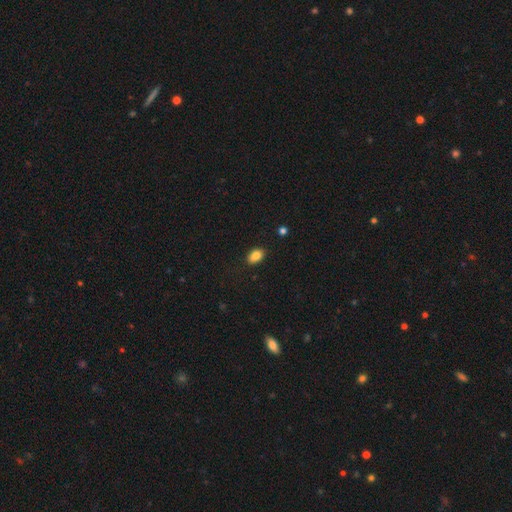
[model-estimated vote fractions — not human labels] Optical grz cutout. It shows a smooth galaxy with no disk features (86%) that is in between round and cigar-shaped (86%). Merging: none (87%).